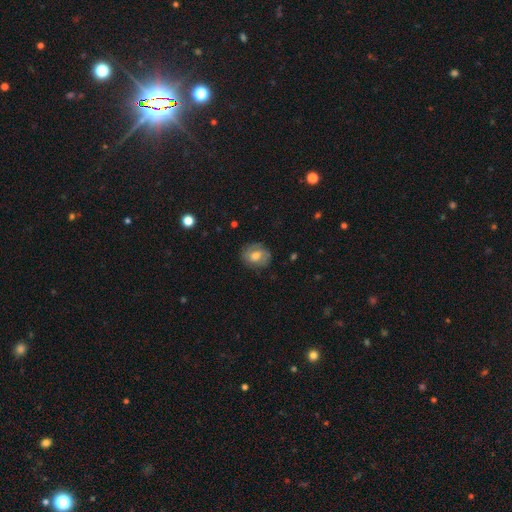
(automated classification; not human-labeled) smooth_or_featured: smooth (p=0.62) [alt: featured or disk p=0.30]
how_rounded: round (p=0.55) [alt: in between p=0.44]
merging: none (p=0.75) [alt: minor disturbance p=0.18]